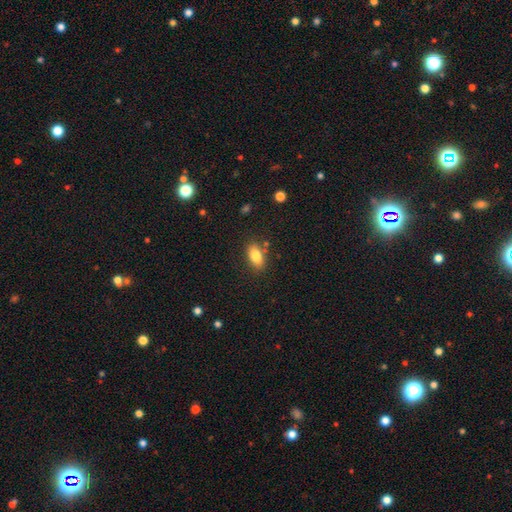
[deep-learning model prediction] smooth 83%, featured or disk 9%, star or artifact 8%. Down the decision tree: how rounded — in between (89%); merging — none (81%).